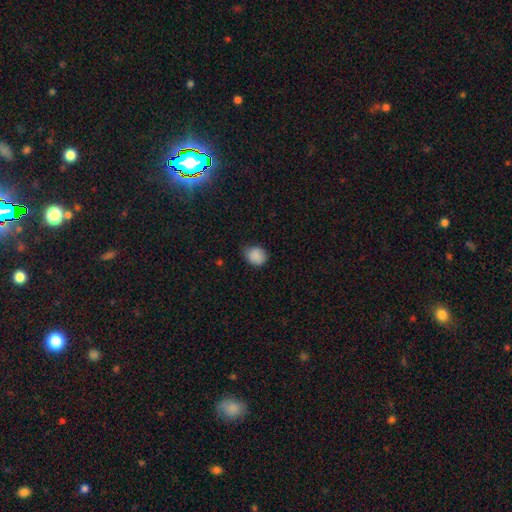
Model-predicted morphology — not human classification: Smooth or featured?
  - smooth: 87% *
  - star or artifact: 9%
  - featured or disk: 4%
How rounded?
  - round: 68% *
  - in between: 32%
  - cigar-shaped: 1%
Merging?
  - none: 63% *
  - minor disturbance: 31%
  - major disturbance: 5%
  - merger: 1%